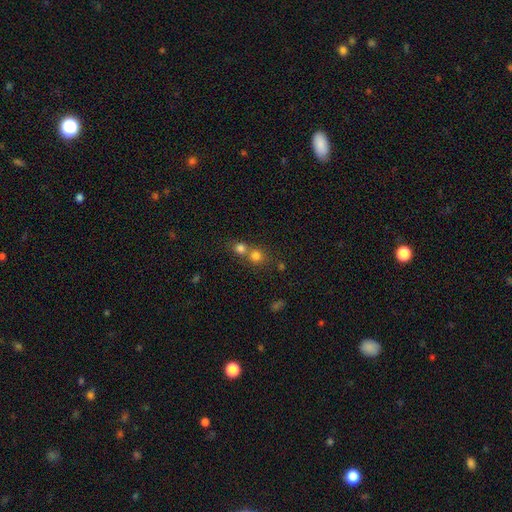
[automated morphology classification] A smooth galaxy with no disk features (76%) that is round (86%).

Vote fractions:
- Smooth or featured? smooth: 76% / star or artifact: 15% / featured or disk: 9%
- How rounded? round: 86% / in between: 13% / cigar-shaped: 1%
- Merging? merger: 50% / none: 42% / minor disturbance: 5% / major disturbance: 3%